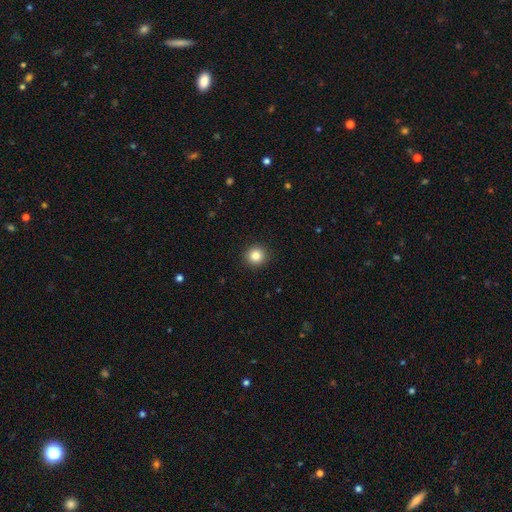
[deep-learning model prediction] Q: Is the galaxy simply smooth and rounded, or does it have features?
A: smooth — 84%.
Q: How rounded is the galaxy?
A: round — 93%.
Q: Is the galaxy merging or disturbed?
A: none — 93%.